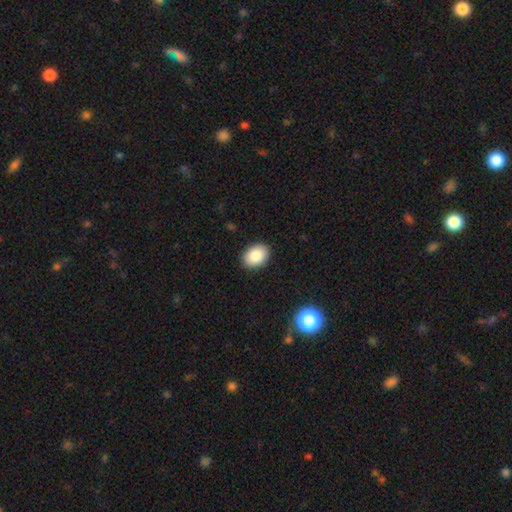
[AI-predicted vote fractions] Smooth or featured? smooth (87%)
How rounded? in between (77%)
Merging? none (90%)